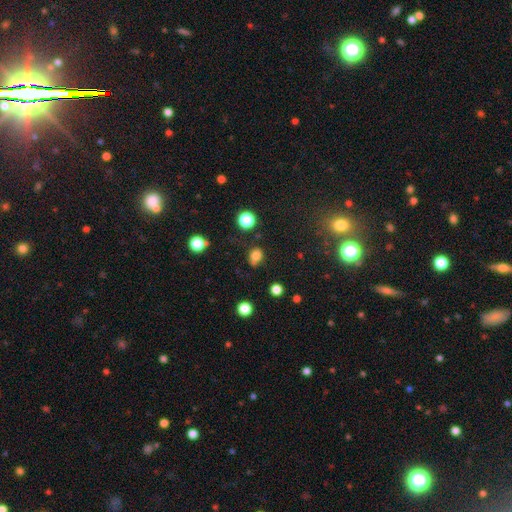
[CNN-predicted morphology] smooth 78%, star or artifact 15%, featured or disk 8%. Down the decision tree: how rounded — round (55%); merging — none (61%).